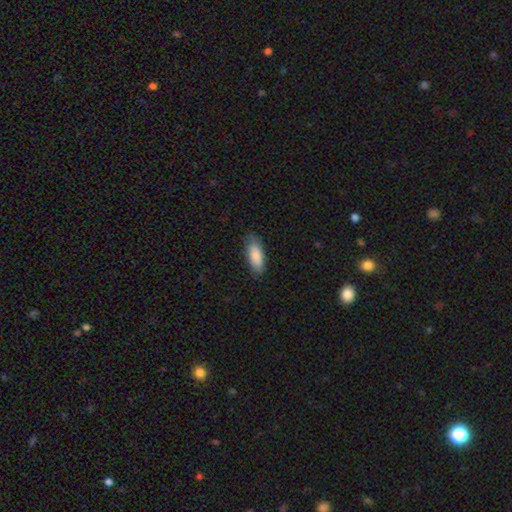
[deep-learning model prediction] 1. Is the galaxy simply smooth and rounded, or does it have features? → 87% smooth, 7% featured or disk, 6% star or artifact.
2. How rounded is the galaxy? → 77% in between, 22% cigar-shaped, 2% round.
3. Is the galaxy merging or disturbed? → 75% none, 20% minor disturbance, 4% major disturbance, 1% merger.